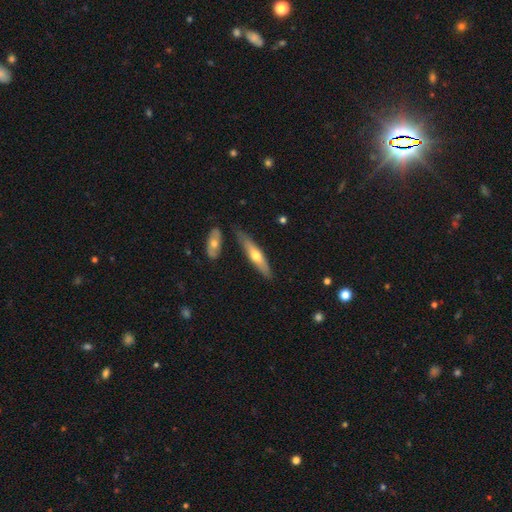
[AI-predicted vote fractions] Overall: smooth (48%; featured or disk 47%). Merging: none (79%).